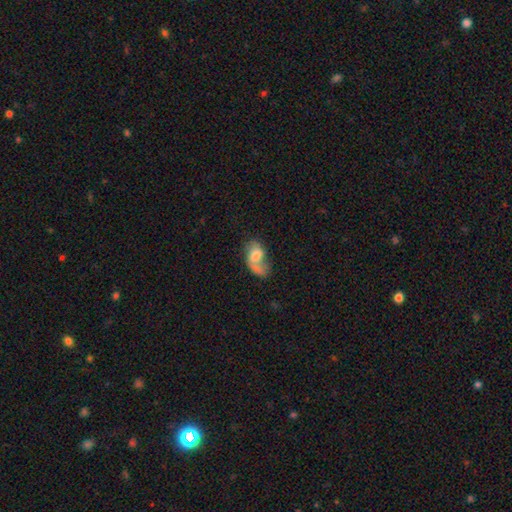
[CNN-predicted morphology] Smooth or featured? smooth (59%)
How rounded? in between (87%)
Merging? major disturbance (31%)